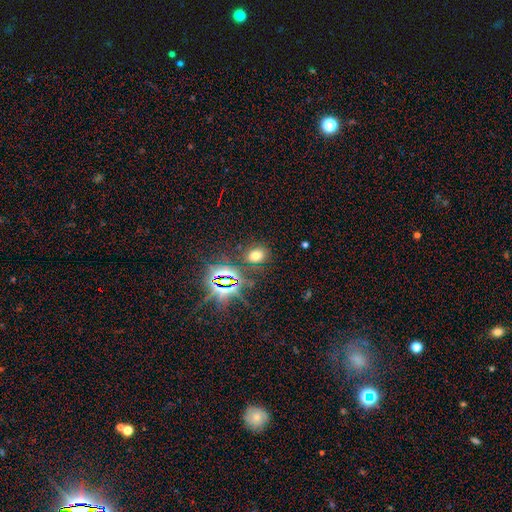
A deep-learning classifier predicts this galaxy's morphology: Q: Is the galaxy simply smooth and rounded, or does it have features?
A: smooth — 58%.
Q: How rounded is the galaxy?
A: in between — 51%.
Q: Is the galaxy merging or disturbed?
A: none — 83%.